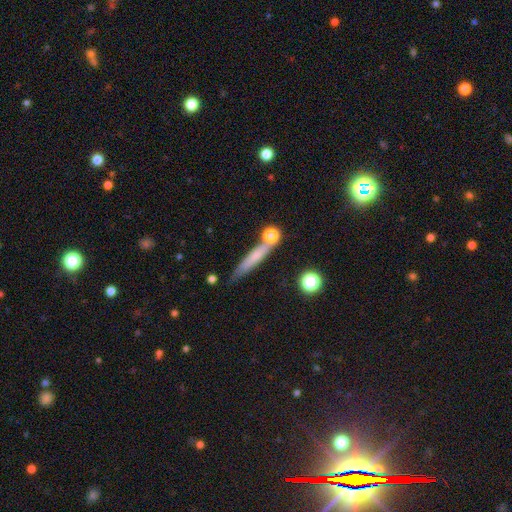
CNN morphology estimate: Q: Smooth or featured?
A: smooth (62%); runner-up: featured or disk (28%)
Q: How rounded?
A: cigar-shaped (88%); runner-up: in between (8%)
Q: Merging?
A: none (69%); runner-up: minor disturbance (15%)